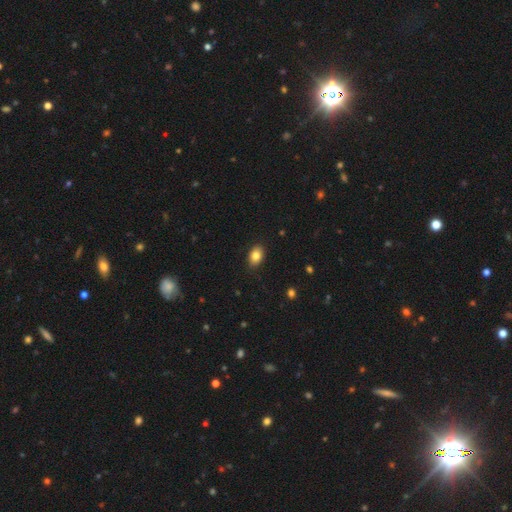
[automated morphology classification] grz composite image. It shows a smooth galaxy with no disk features (83%) that is in between round and cigar-shaped (85%). Merging: none (88%).